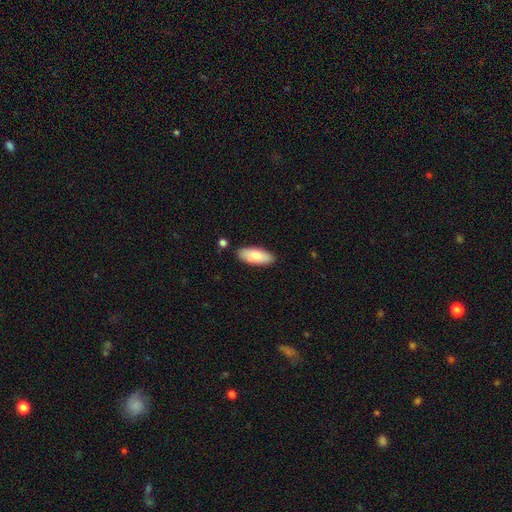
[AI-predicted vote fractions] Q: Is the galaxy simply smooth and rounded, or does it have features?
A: smooth — 78%.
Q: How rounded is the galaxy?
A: in between — 80%.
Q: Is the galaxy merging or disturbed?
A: none — 85%.